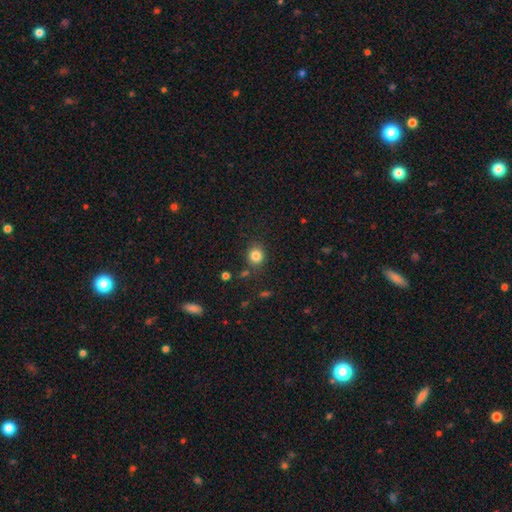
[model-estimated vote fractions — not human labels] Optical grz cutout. It shows a smooth galaxy with no disk features (83%) that is round (81%). Merging: none (83%).